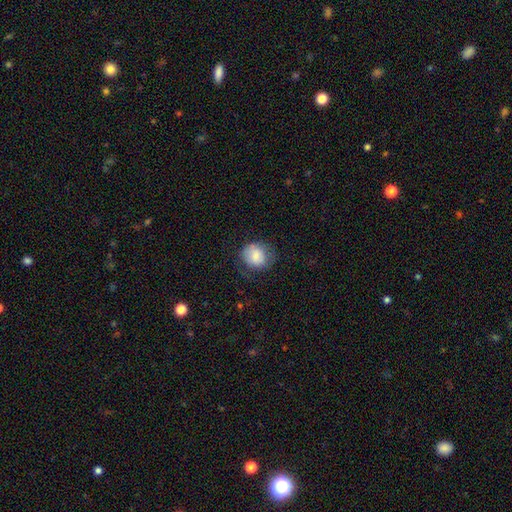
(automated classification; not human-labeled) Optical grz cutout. It shows a smooth galaxy with no disk features (77%) that is round (73%). Merging: none (61%).